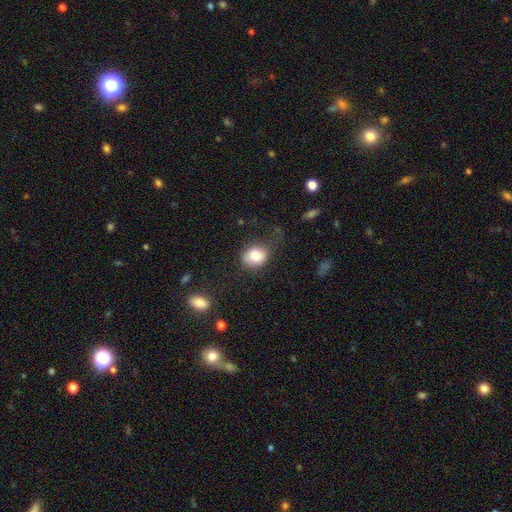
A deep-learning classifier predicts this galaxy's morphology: Smooth or featured?
  - smooth: 79% *
  - featured or disk: 11%
  - star or artifact: 9%
How rounded?
  - round: 54% *
  - in between: 45%
  - cigar-shaped: 1%
Merging?
  - none: 63% *
  - minor disturbance: 23%
  - major disturbance: 11%
  - merger: 2%